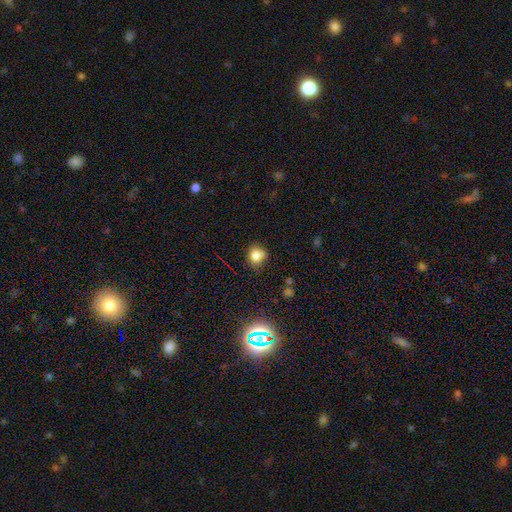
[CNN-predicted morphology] Smooth or featured? smooth (77%)
How rounded? round (73%)
Merging? none (63%)